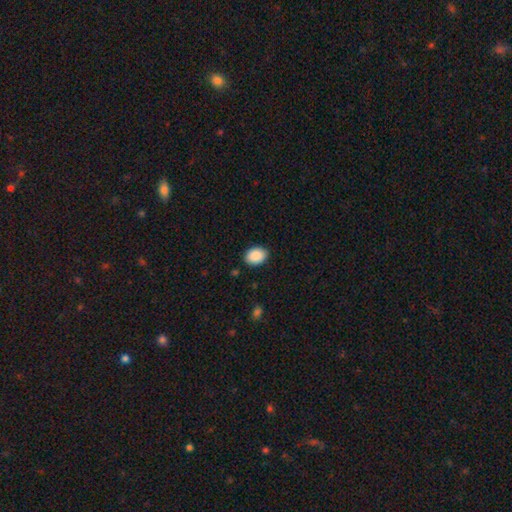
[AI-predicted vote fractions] This is clearly a smooth galaxy (90%). How rounded: likely in between (71%). Merging: clearly none (88%).